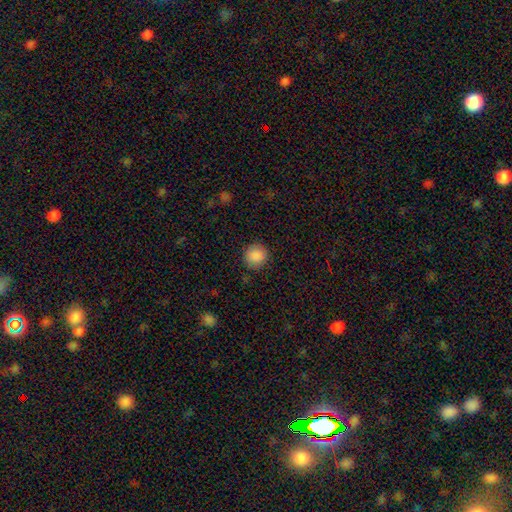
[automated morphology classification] This is clearly a smooth galaxy (88%). How rounded: clearly round (92%). Merging: clearly none (88%).